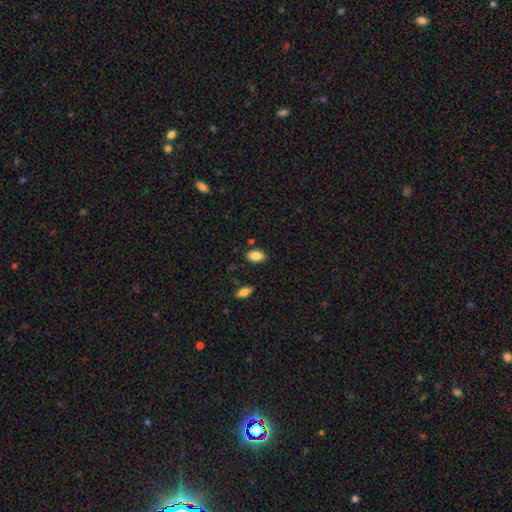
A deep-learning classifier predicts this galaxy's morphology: Smooth or featured? Predicted: smooth (p=0.87). How rounded? Predicted: in between (p=0.90). Merging? Predicted: none (p=0.85).